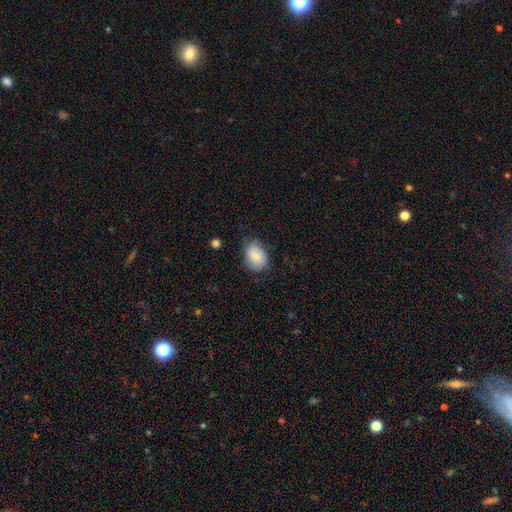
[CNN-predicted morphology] This is clearly a smooth galaxy (82%). How rounded: likely in between (78%). Merging: likely none (64%).